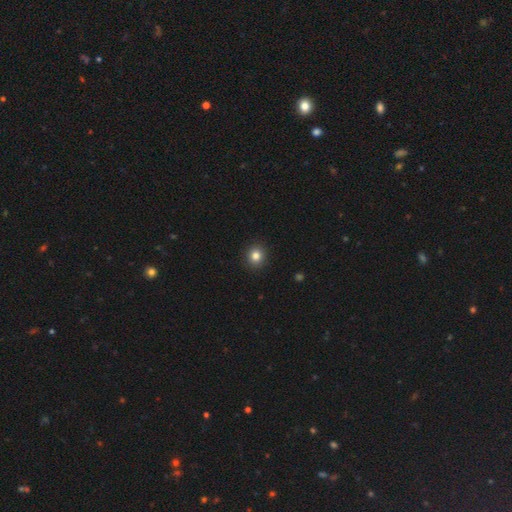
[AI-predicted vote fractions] The model was most divided on "smooth or featured": smooth: 83%, star or artifact: 12%, featured or disk: 6%. More confident: merging — none (93%); how rounded — round (87%).